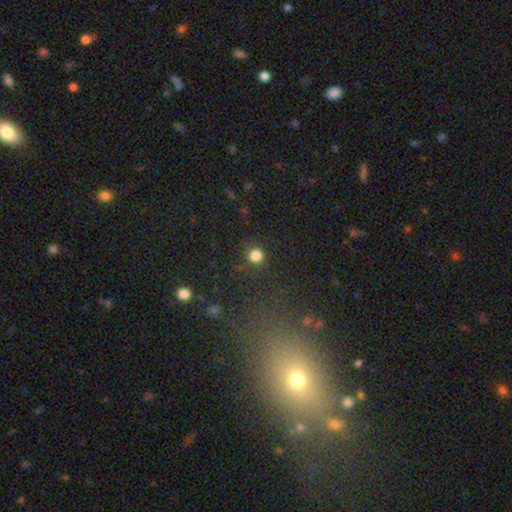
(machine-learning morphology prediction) Smooth or featured? Predicted: smooth (p=0.81). How rounded? Predicted: round (p=0.93). Merging? Predicted: none (p=0.86).